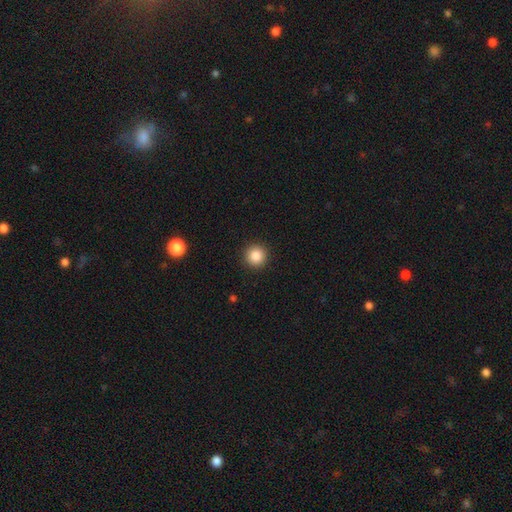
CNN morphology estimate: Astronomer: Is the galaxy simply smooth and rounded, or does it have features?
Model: smooth — 86%.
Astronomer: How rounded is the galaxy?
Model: round — 95%.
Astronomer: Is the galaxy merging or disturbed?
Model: none — 92%.